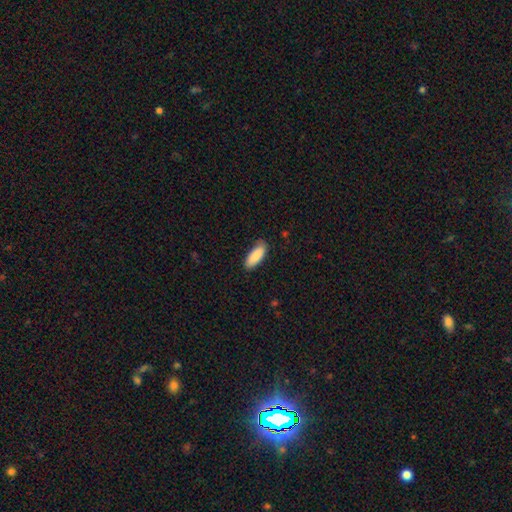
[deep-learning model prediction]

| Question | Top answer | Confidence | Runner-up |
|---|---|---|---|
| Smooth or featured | smooth | 89% | star or artifact (6%) |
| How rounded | in between | 73% | cigar-shaped (26%) |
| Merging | none | 82% | minor disturbance (15%) |